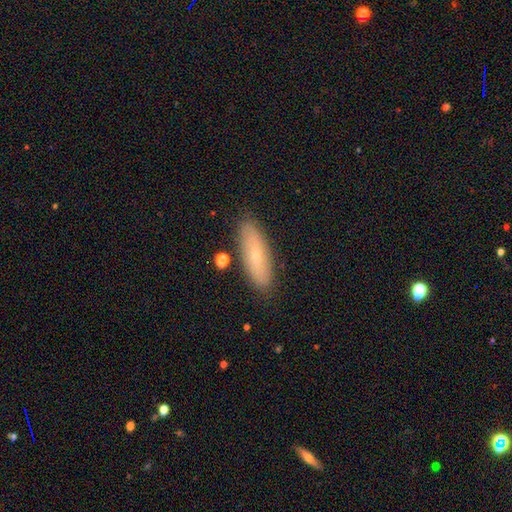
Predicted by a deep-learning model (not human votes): Smooth or featured: smooth — 59% (featured or disk — 33%)
How rounded: in between — 51% (cigar-shaped — 47%)
Merging: none — 85% (minor disturbance — 10%)